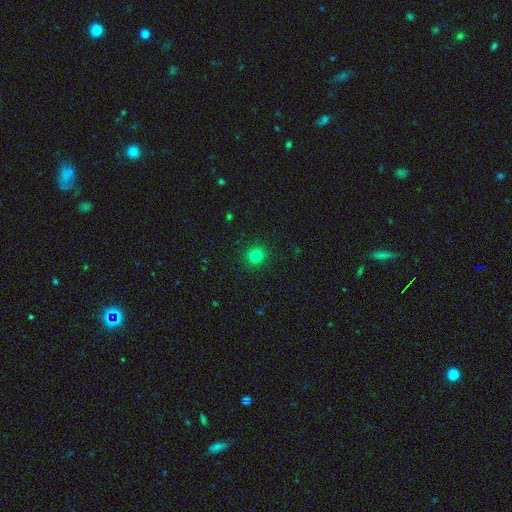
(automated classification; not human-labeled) Morphology: type=smooth (80%); roundness=round (93%); merging=none (92%).